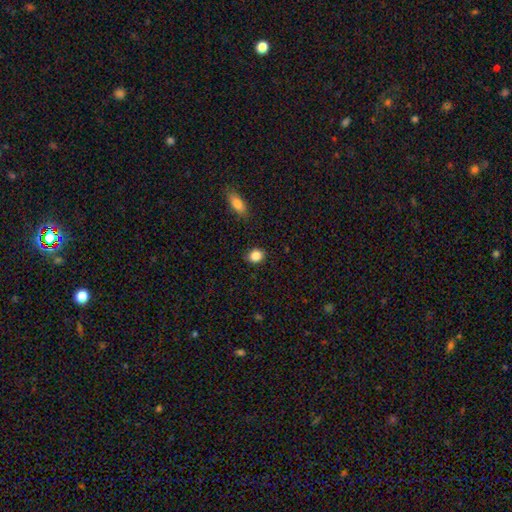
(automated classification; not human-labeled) This is clearly a smooth galaxy (87%). How rounded: possibly round (56%). Merging: clearly none (88%).